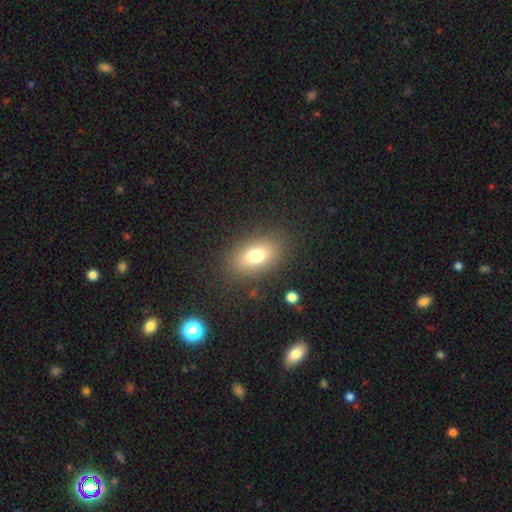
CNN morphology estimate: Smooth or featured? smooth (75%)
How rounded? in between (84%)
Merging? none (84%)